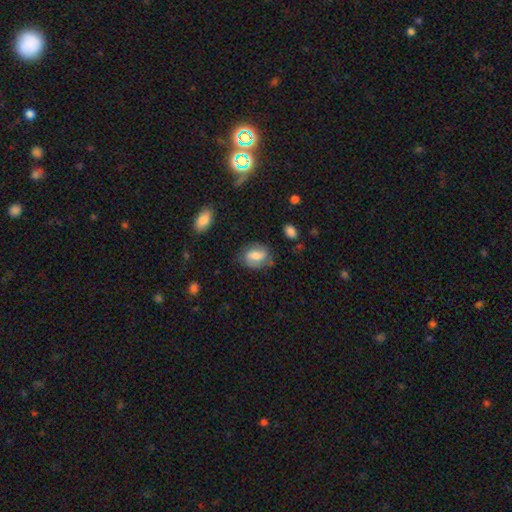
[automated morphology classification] smooth-or-featured: smooth: 53% | featured or disk: 39% | star or artifact: 8%
  how-rounded: in between: 73% | round: 25% | cigar-shaped: 2%
  merging: none: 69% | minor disturbance: 21% | major disturbance: 7% | merger: 2%